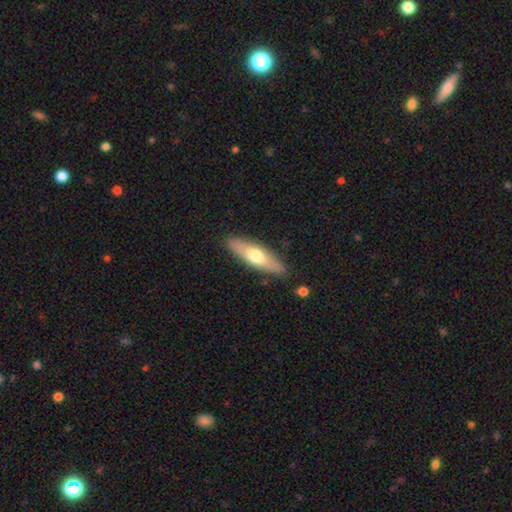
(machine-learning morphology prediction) Q: Smooth or featured?
A: smooth (59%); runner-up: featured or disk (36%)
Q: How rounded?
A: cigar-shaped (57%); runner-up: in between (41%)
Q: Merging?
A: none (86%); runner-up: minor disturbance (10%)